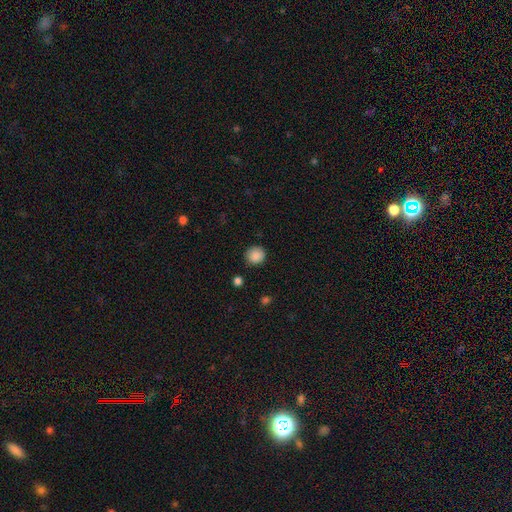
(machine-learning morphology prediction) Q: Smooth or featured?
A: smooth (88%); runner-up: star or artifact (9%)
Q: How rounded?
A: round (90%); runner-up: in between (9%)
Q: Merging?
A: none (86%); runner-up: minor disturbance (9%)